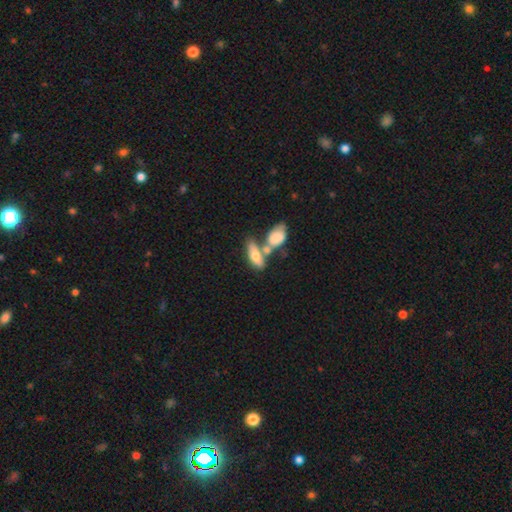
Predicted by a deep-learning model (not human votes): Smooth or featured?
  - smooth: 65% *
  - featured or disk: 28%
  - star or artifact: 6%
How rounded?
  - in between: 79% *
  - cigar-shaped: 16%
  - round: 4%
Merging?
  - merger: 49% *
  - none: 34%
  - minor disturbance: 12%
  - major disturbance: 5%